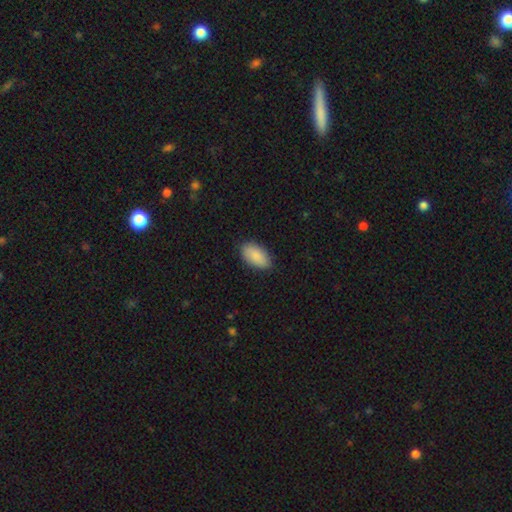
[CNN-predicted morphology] Smooth or featured: smooth — 88% (star or artifact — 6%)
How rounded: in between — 94% (round — 3%)
Merging: none — 85% (minor disturbance — 12%)